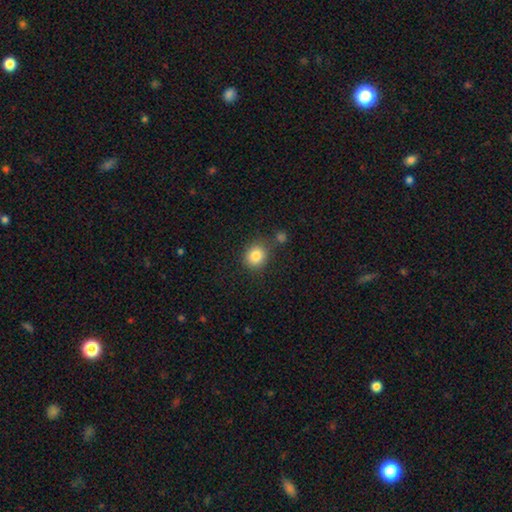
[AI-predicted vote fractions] A smooth galaxy with no disk features (84%) that is round (79%).

Vote fractions:
- Smooth or featured? smooth: 84% / star or artifact: 10% / featured or disk: 6%
- How rounded? round: 79% / in between: 20% / cigar-shaped: 1%
- Merging? none: 77% / minor disturbance: 12% / merger: 8% / major disturbance: 4%